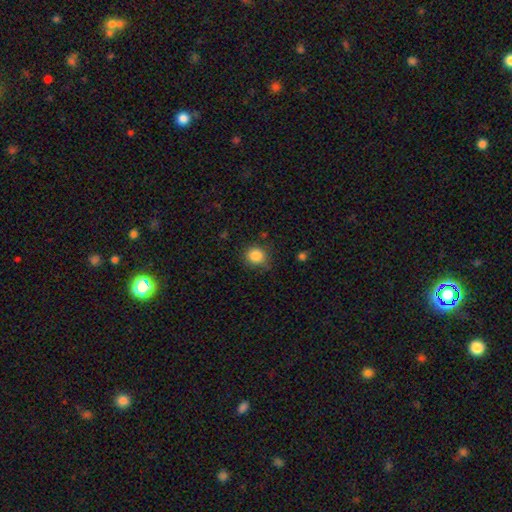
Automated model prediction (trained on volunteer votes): smooth 85%, star or artifact 10%, featured or disk 4%. Down the decision tree: how rounded — round (86%); merging — none (77%).